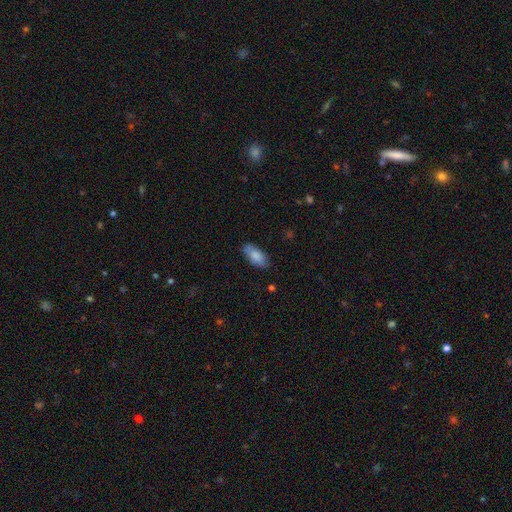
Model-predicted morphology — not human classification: A smooth galaxy with no disk features (81%) that is in between round and cigar-shaped (89%).

Vote fractions:
- Smooth or featured? smooth: 81% / featured or disk: 12% / star or artifact: 6%
- How rounded? in between: 89% / cigar-shaped: 8% / round: 2%
- Merging? none: 77% / minor disturbance: 18% / major disturbance: 3% / merger: 2%